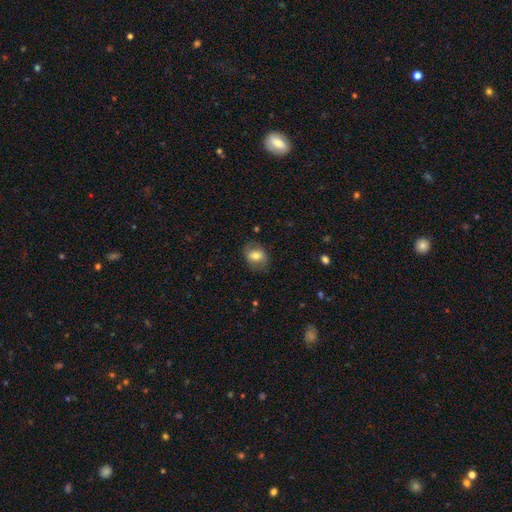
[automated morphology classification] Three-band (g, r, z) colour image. It shows a smooth galaxy with no disk features (65%) that is in between round and cigar-shaped (64%). Merging: none (74%).